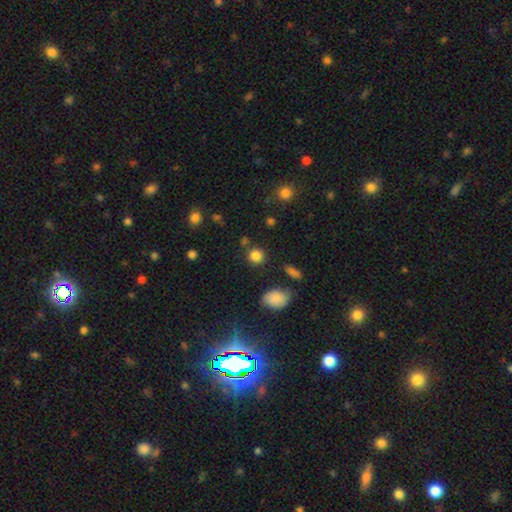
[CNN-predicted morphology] Smooth or featured? Predicted: smooth (p=0.83). How rounded? Predicted: round (p=0.87). Merging? Predicted: none (p=0.81).